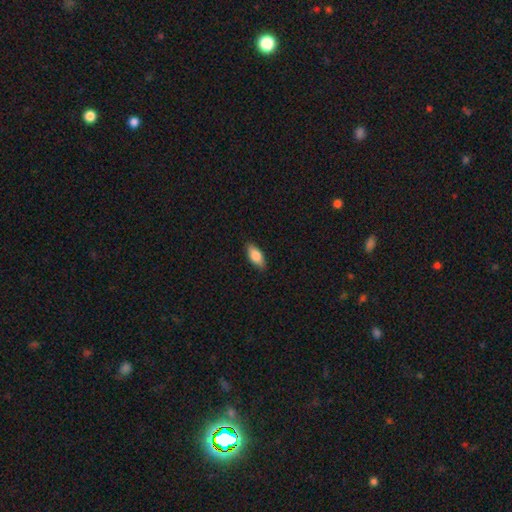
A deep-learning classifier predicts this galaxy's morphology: This appears to be a smooth galaxy with no disk features (81%) that is in between round and cigar-shaped (85%). Merging: none (87%).